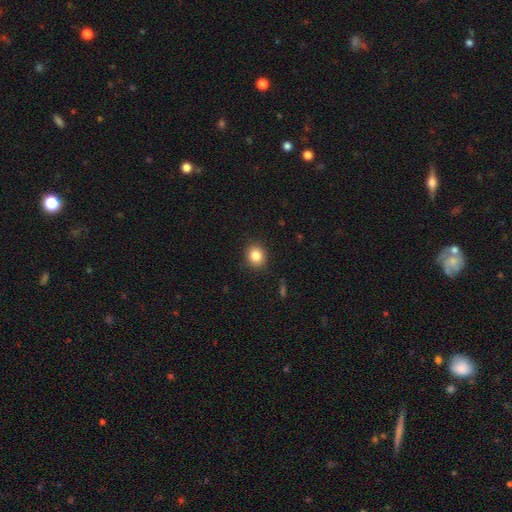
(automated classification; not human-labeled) A smooth galaxy with no disk features (84%) that is round (73%).

Vote fractions:
- Smooth or featured? smooth: 84% / star or artifact: 10% / featured or disk: 6%
- How rounded? round: 73% / in between: 26% / cigar-shaped: 1%
- Merging? none: 90% / minor disturbance: 7% / major disturbance: 2% / merger: 1%